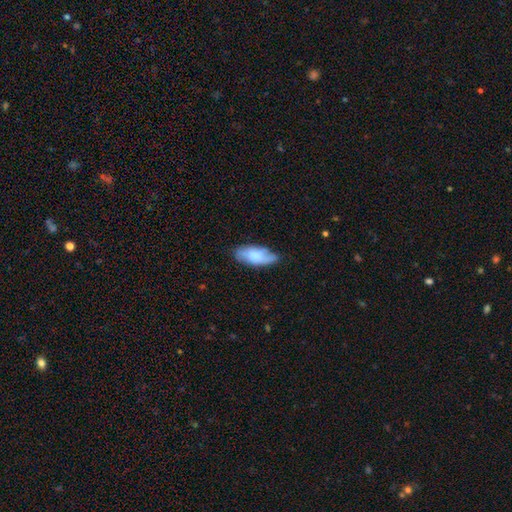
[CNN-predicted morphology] Overall: smooth (67%). How rounded: in between (87%). Merging: none (68%).